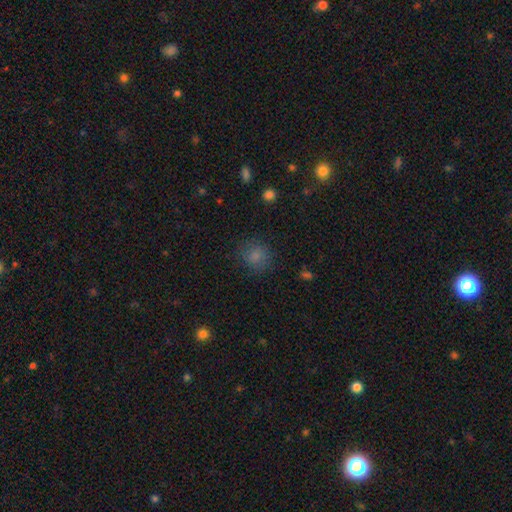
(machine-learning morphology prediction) Smooth or featured: smooth — 80% (star or artifact — 13%)
How rounded: round — 84% (in between — 15%)
Merging: none — 80% (minor disturbance — 14%)